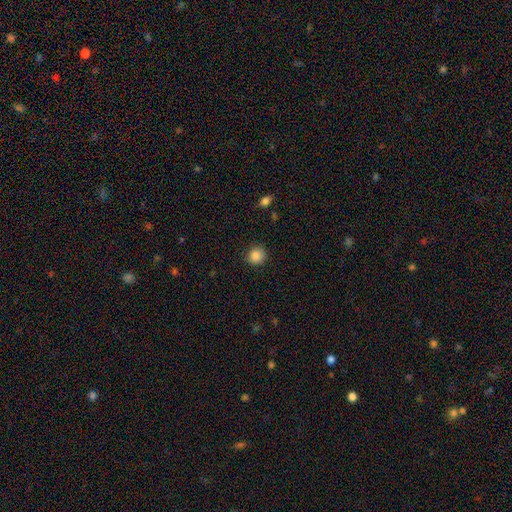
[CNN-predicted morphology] Smooth or featured? smooth (86%)
How rounded? round (90%)
Merging? none (88%)